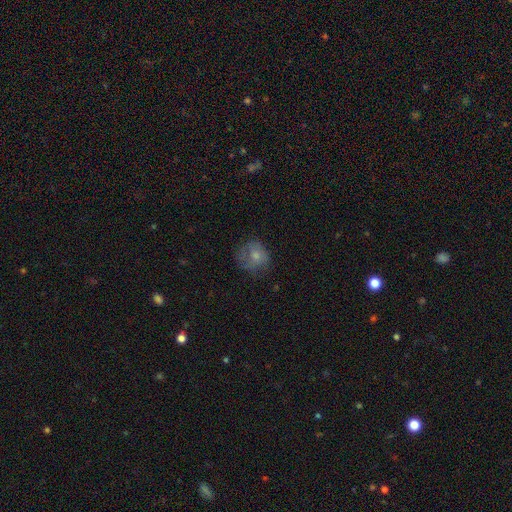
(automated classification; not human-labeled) Smooth or featured? smooth (66%)
How rounded? round (74%)
Merging? none (54%)